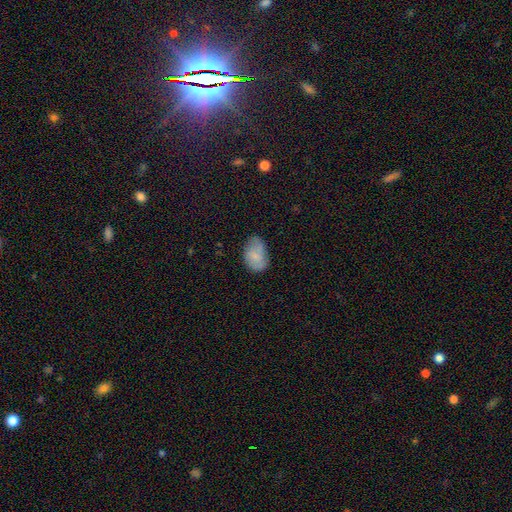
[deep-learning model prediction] The model was most divided on "merging": none: 59%, minor disturbance: 32%, major disturbance: 8%, merger: 2%. More confident: how rounded — in between (85%); smooth or featured — smooth (73%).